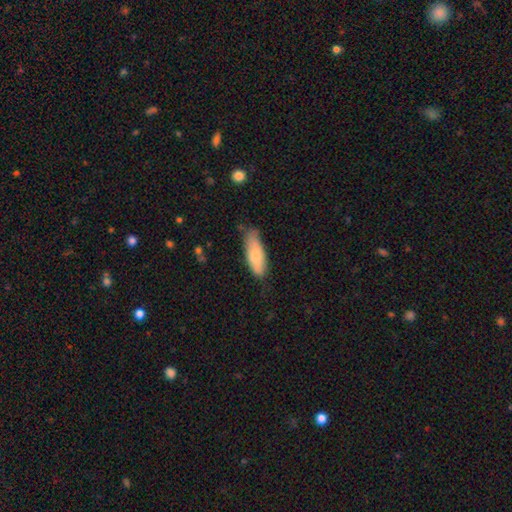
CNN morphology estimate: This is likely a smooth galaxy (76%). How rounded: likely in between (66%). Merging: likely none (65%).